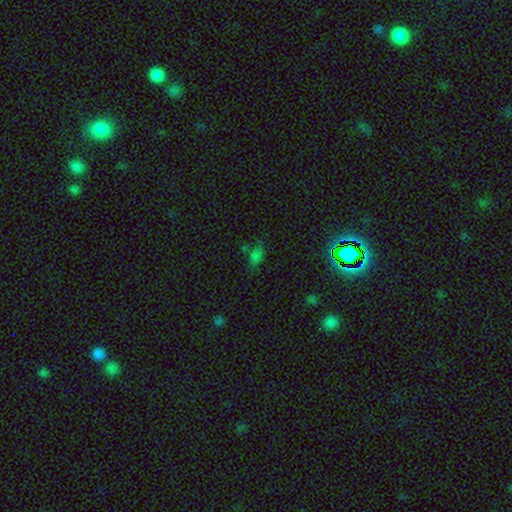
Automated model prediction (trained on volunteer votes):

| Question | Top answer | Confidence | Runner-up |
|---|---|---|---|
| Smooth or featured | smooth | 63% | star or artifact (27%) |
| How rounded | in between | 83% | cigar-shaped (9%) |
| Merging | none | 60% | minor disturbance (23%) |